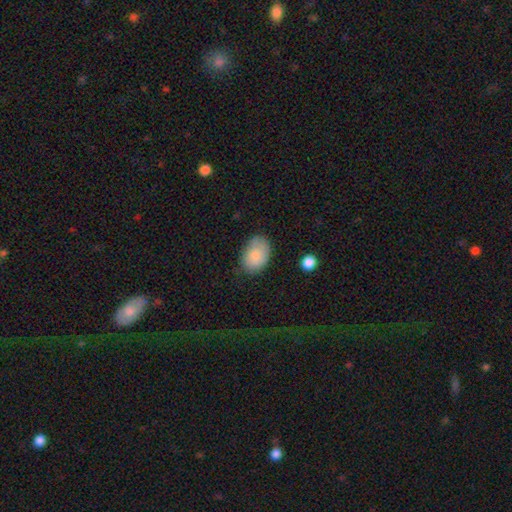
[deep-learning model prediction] smooth_or_featured: smooth (p=0.83) [alt: featured or disk p=0.10]
how_rounded: in between (p=0.84) [alt: round p=0.15]
merging: none (p=0.67) [alt: minor disturbance p=0.25]